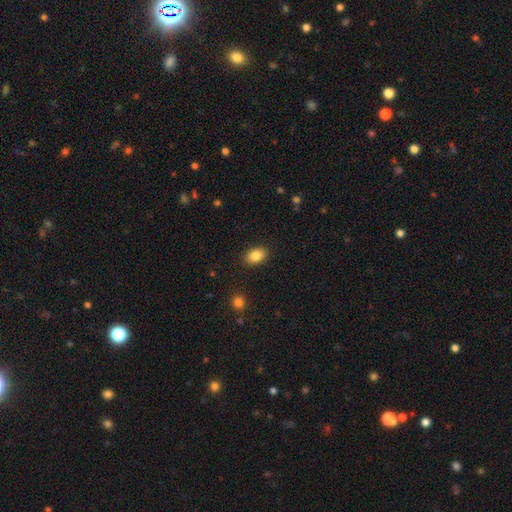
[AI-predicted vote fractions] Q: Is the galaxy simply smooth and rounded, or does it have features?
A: smooth — 85%.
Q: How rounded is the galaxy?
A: in between — 81%.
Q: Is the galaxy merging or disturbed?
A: none — 89%.